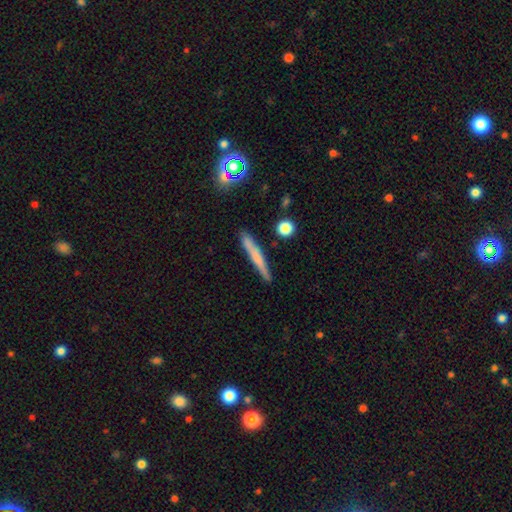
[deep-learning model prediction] A smooth galaxy with no disk features (60%) that is cigar-shaped (95%).

Vote fractions:
- Smooth or featured? smooth: 60% / featured or disk: 32% / star or artifact: 8%
- How rounded? cigar-shaped: 95% / in between: 3% / round: 2%
- Merging? none: 86% / minor disturbance: 10% / merger: 2% / major disturbance: 2%